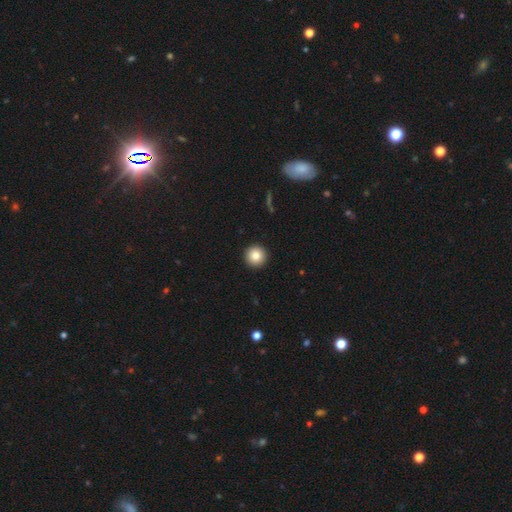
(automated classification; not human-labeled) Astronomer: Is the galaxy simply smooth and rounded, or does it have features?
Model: smooth — 83%.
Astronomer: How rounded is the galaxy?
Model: round — 97%.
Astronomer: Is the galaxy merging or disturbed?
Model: none — 94%.